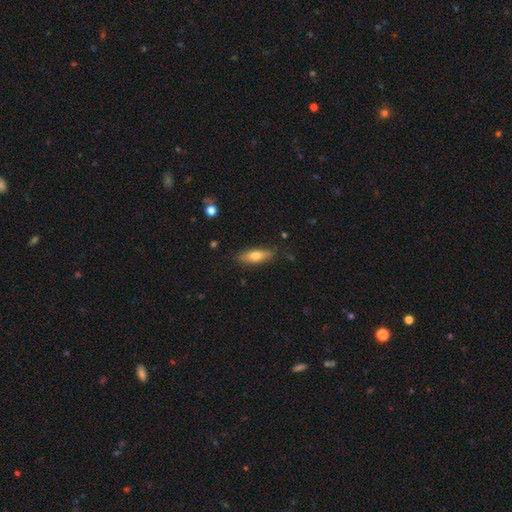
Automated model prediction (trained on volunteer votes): A smooth galaxy with no disk features (67%) that is in between round and cigar-shaped (50%). Merging: none (82%).